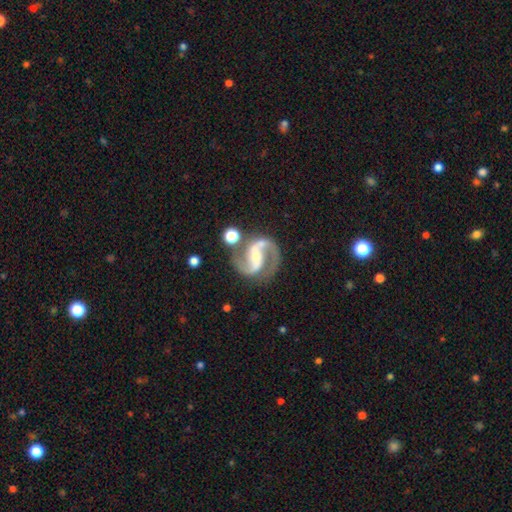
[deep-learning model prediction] Smooth or featured? Predicted: featured or disk (p=0.92). Edge-on disk? Predicted: no (p=0.98). Bar? Predicted: strong (p=0.45). Spiral arms? Predicted: yes (p=0.98). Spiral winding? Predicted: medium (p=0.64). Spiral arm count? Predicted: 2 (p=0.94). Bulge size? Predicted: small (p=0.55). Merging? Predicted: none (p=0.78).